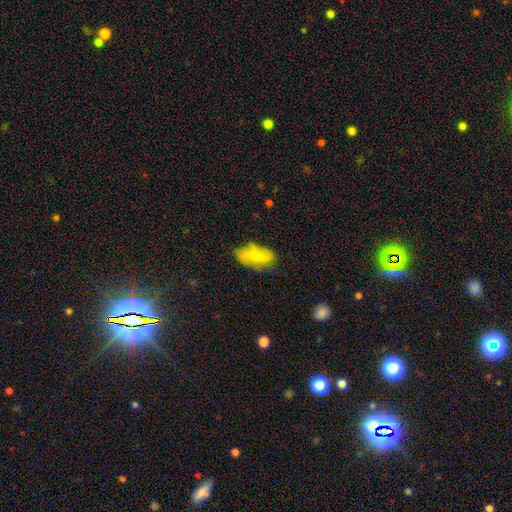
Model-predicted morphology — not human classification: Smooth or featured?
  - smooth: 59% *
  - featured or disk: 35%
  - star or artifact: 7%
How rounded?
  - in between: 88% *
  - cigar-shaped: 8%
  - round: 4%
Merging?
  - none: 64% *
  - minor disturbance: 26%
  - major disturbance: 7%
  - merger: 2%